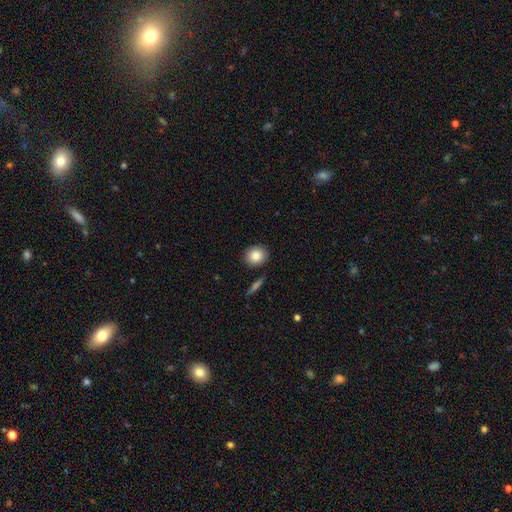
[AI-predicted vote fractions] Morphology: type=smooth (84%); roundness=round (79%); merging=none (89%).